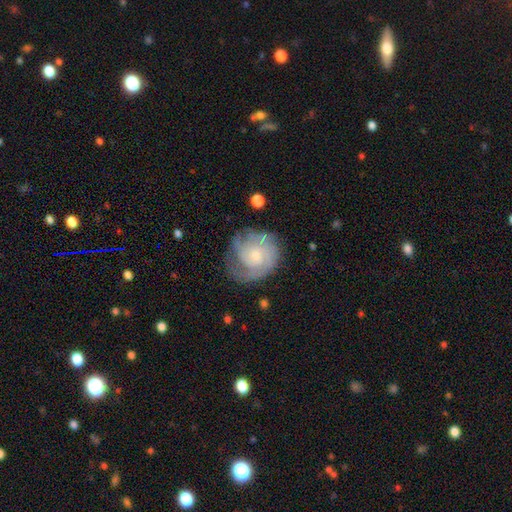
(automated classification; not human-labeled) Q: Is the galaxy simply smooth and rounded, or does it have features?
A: featured or disk — 76%.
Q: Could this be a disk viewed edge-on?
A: no — 98%.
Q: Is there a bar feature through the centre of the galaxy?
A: no — 73%.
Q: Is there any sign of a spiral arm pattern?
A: yes — 93%.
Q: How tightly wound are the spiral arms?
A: tight — 62%.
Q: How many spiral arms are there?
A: can't tell — 37%.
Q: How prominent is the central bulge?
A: small — 59%.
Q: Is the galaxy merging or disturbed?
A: none — 67%.